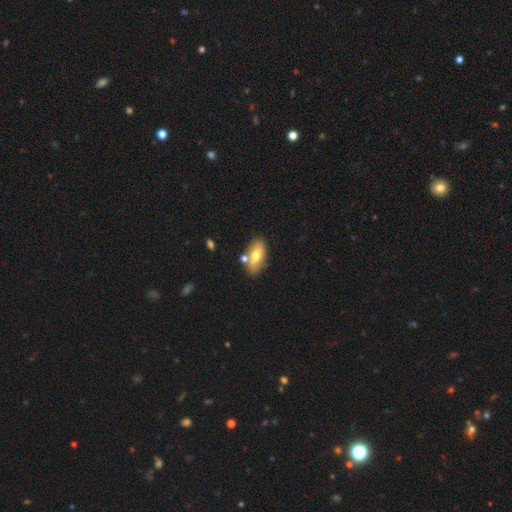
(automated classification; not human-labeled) Q: Smooth or featured?
A: smooth (65%); runner-up: featured or disk (28%)
Q: How rounded?
A: in between (87%); runner-up: cigar-shaped (9%)
Q: Merging?
A: none (72%); runner-up: minor disturbance (13%)